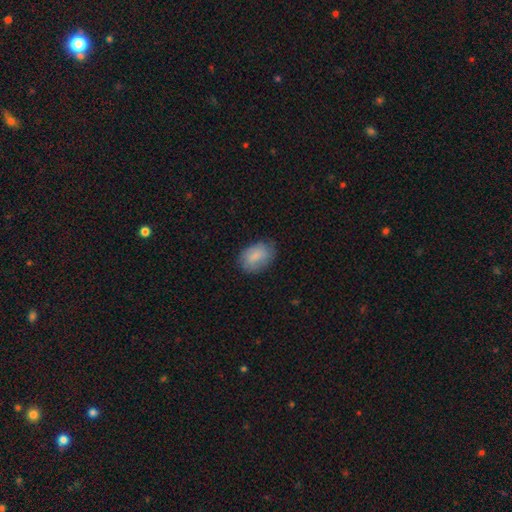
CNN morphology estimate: A smooth galaxy with no disk features (81%) that is in between round and cigar-shaped (81%).

Vote fractions:
- Smooth or featured? smooth: 81% / featured or disk: 12% / star or artifact: 7%
- How rounded? in between: 81% / round: 17% / cigar-shaped: 1%
- Merging? none: 74% / minor disturbance: 20% / major disturbance: 5% / merger: 1%